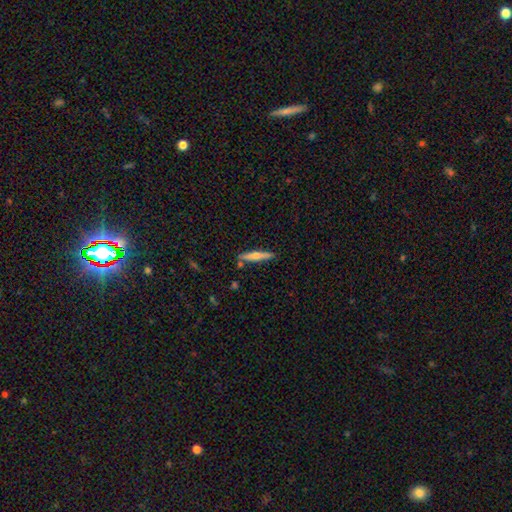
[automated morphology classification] smooth-or-featured: smooth: 56% | featured or disk: 39% | star or artifact: 6%
  how-rounded: cigar-shaped: 91% | in between: 8% | round: 2%
  merging: none: 84% | minor disturbance: 10% | merger: 4% | major disturbance: 2%